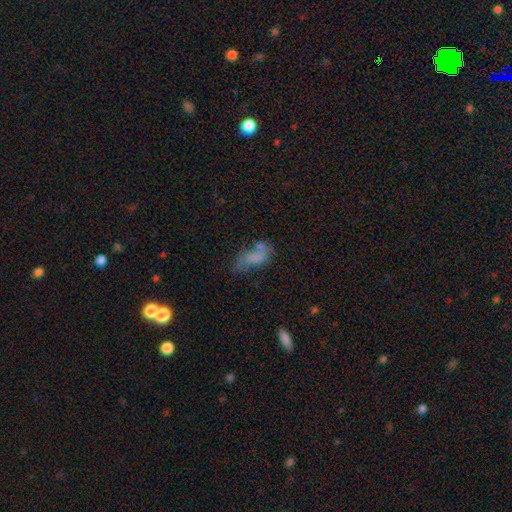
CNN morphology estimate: smooth 65%, featured or disk 23%, star or artifact 12%. Down the decision tree: how rounded — in between (80%); merging — none (34%).